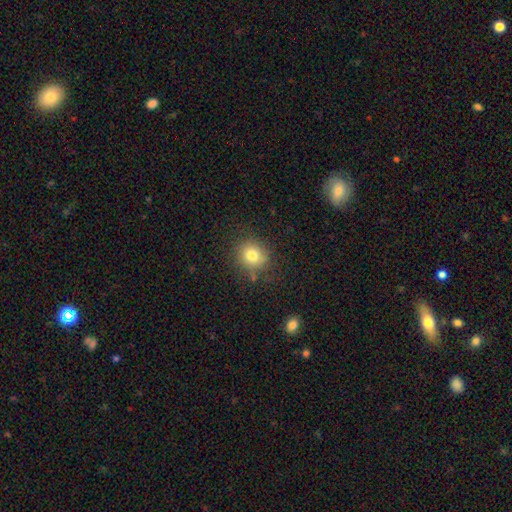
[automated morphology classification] Smooth or featured: smooth — 80% (star or artifact — 12%)
How rounded: round — 85% (in between — 14%)
Merging: none — 80% (minor disturbance — 13%)